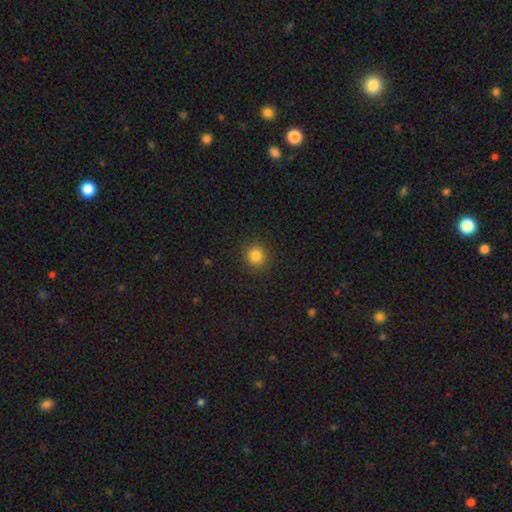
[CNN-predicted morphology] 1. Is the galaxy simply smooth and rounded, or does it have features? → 83% smooth, 12% star or artifact, 4% featured or disk.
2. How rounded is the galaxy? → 93% round, 7% in between, 1% cigar-shaped.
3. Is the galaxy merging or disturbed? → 91% none, 6% minor disturbance, 2% major disturbance, 1% merger.